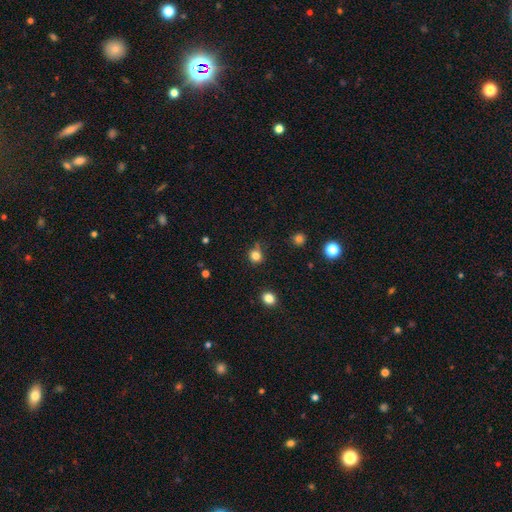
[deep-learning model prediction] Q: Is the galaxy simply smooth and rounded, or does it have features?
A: smooth — 79%.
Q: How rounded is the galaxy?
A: round — 85%.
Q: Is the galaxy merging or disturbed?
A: none — 70%.